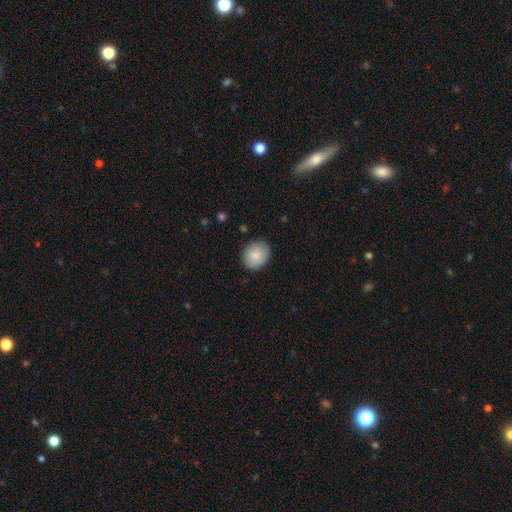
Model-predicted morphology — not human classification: Overall: smooth (84%). How rounded: round (69%; in between 31%). Merging: none (84%).